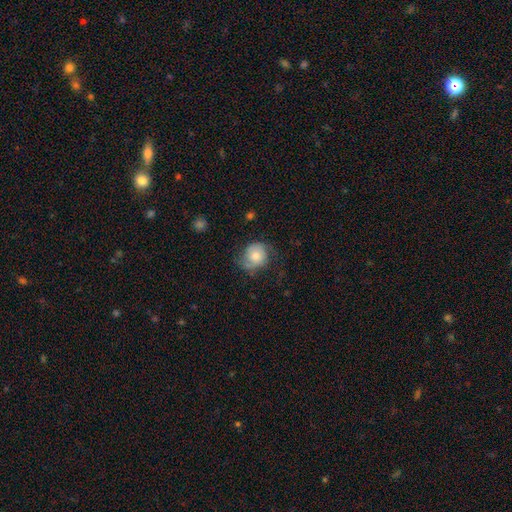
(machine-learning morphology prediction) A smooth galaxy with no disk features (52%) that is round (73%).

Vote fractions:
- Smooth or featured? smooth: 52% / featured or disk: 40% / star or artifact: 8%
- How rounded? round: 73% / in between: 26% / cigar-shaped: 1%
- Merging? none: 58% / minor disturbance: 26% / major disturbance: 14% / merger: 2%